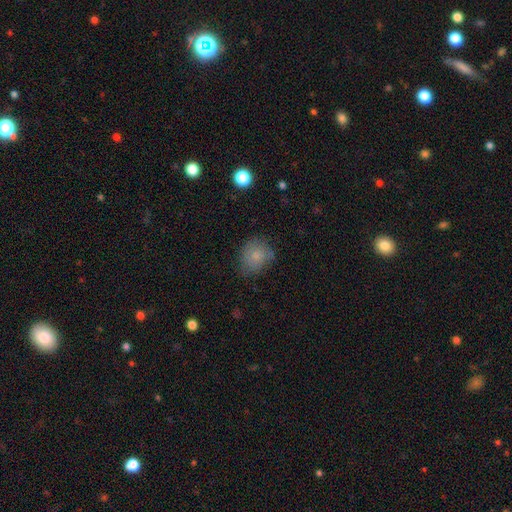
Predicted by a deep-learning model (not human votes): smooth_or_featured: smooth (p=0.78) [alt: featured or disk p=0.12]
how_rounded: round (p=0.68) [alt: in between p=0.31]
merging: none (p=0.65) [alt: minor disturbance p=0.26]